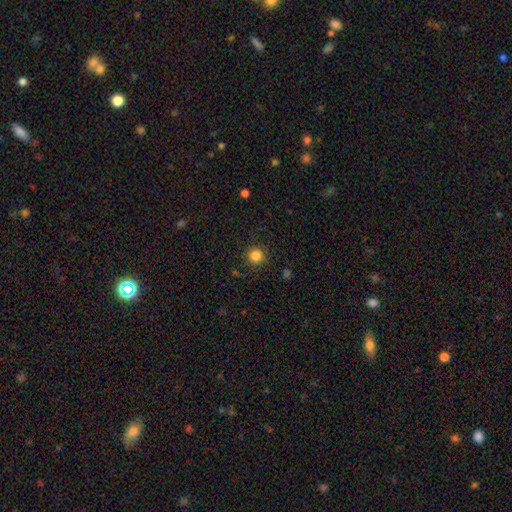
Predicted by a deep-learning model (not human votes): smooth_or_featured: smooth (p=0.84) [alt: star or artifact p=0.12]
how_rounded: round (p=0.94) [alt: in between p=0.05]
merging: none (p=0.90) [alt: minor disturbance p=0.06]